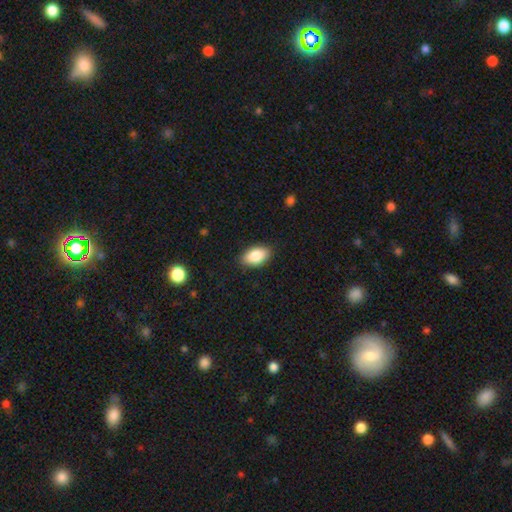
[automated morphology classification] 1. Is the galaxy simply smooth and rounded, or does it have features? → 85% smooth, 8% featured or disk, 7% star or artifact.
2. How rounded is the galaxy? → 92% in between, 5% round, 2% cigar-shaped.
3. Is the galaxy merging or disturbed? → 87% none, 10% minor disturbance, 2% major disturbance, 1% merger.